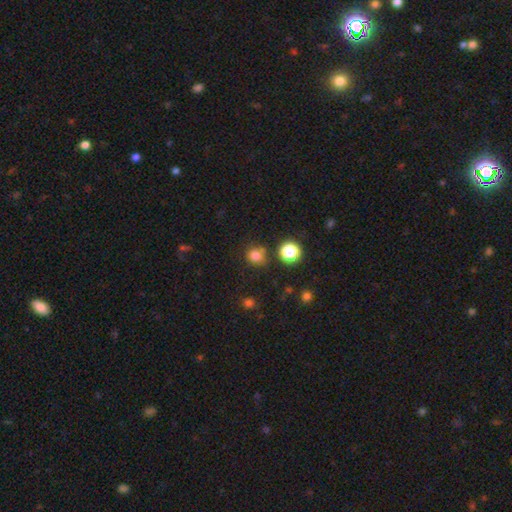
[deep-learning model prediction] smooth_or_featured: smooth (p=0.77) [alt: star or artifact p=0.17]
how_rounded: round (p=0.86) [alt: in between p=0.13]
merging: none (p=0.76) [alt: minor disturbance p=0.12]